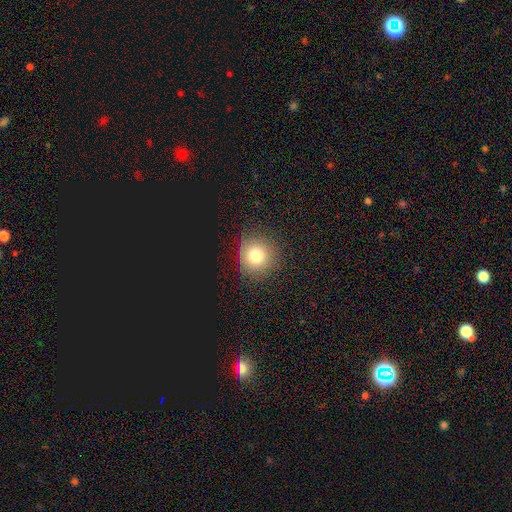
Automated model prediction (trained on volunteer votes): Smooth or featured: smooth — 77% (star or artifact — 15%)
How rounded: round — 89% (in between — 10%)
Merging: none — 84% (minor disturbance — 11%)